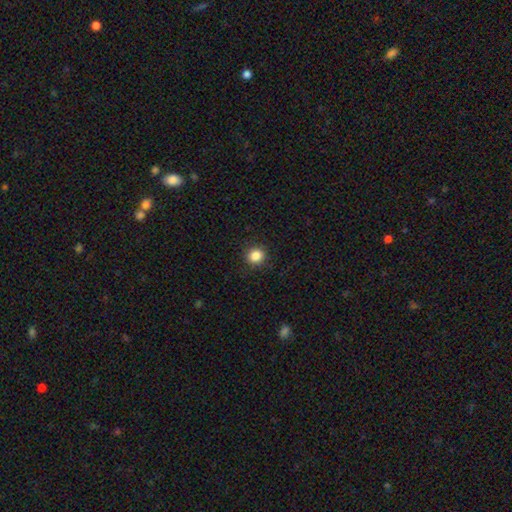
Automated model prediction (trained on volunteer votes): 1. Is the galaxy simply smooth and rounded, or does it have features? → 85% smooth, 11% star or artifact, 4% featured or disk.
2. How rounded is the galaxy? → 88% round, 11% in between, 1% cigar-shaped.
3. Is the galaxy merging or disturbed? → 90% none, 7% minor disturbance, 2% major disturbance, 1% merger.